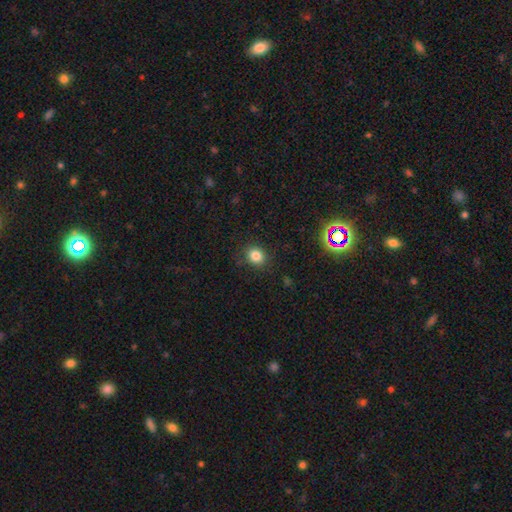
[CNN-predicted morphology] A smooth galaxy with no disk features (83%) that is round (64%).

Vote fractions:
- Smooth or featured? smooth: 83% / star or artifact: 12% / featured or disk: 5%
- How rounded? round: 64% / in between: 35% / cigar-shaped: 1%
- Merging? none: 86% / minor disturbance: 10% / major disturbance: 3% / merger: 1%